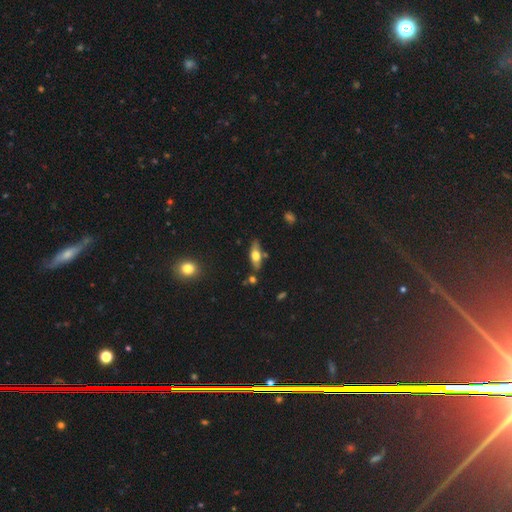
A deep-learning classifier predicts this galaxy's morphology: Smooth or featured? Predicted: smooth (p=0.56). How rounded? Predicted: in between (p=0.65). Merging? Predicted: none (p=0.75).